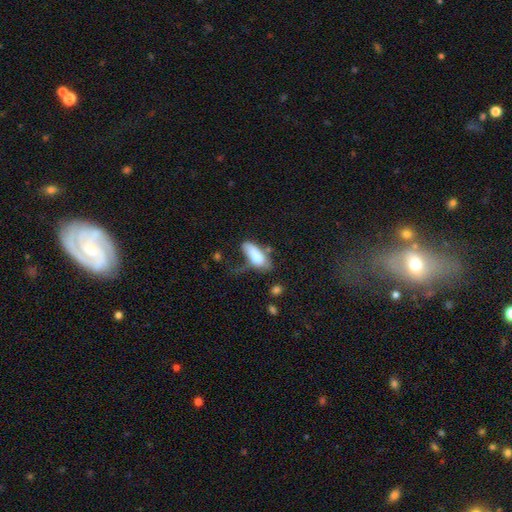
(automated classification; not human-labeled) smooth-or-featured: smooth: 76% | featured or disk: 17% | star or artifact: 7%
  how-rounded: in between: 82% | cigar-shaped: 16% | round: 3%
  merging: major disturbance: 36% | minor disturbance: 28% | none: 25% | merger: 11%